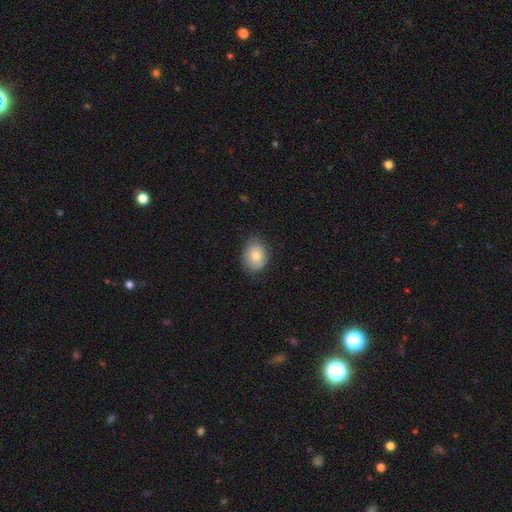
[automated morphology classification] Smooth or featured? smooth (80%)
How rounded? in between (53%)
Merging? none (78%)